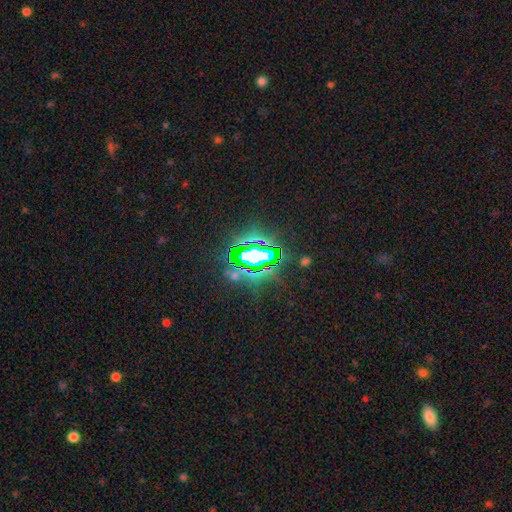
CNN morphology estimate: type=star or artifact (74%).